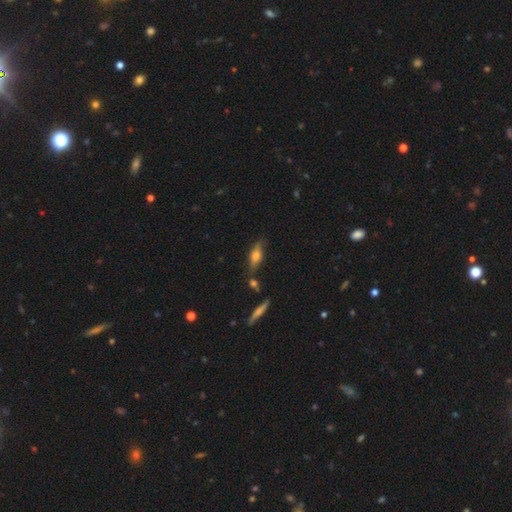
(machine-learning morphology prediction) Smooth or featured? Predicted: smooth (p=0.58). How rounded? Predicted: in between (p=0.56). Merging? Predicted: none (p=0.69).